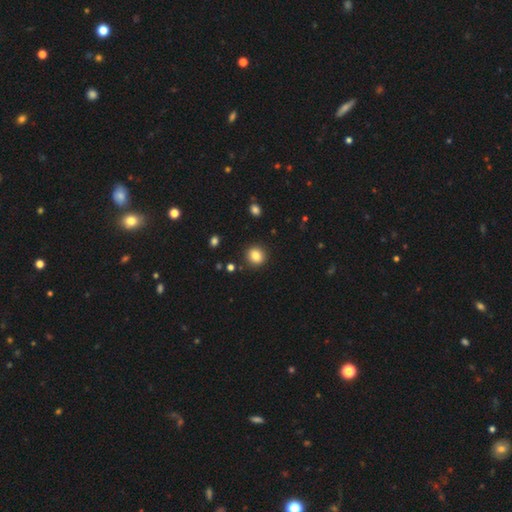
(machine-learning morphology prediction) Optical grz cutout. It shows a smooth galaxy with no disk features (84%) that is round (84%). Merging: none (90%).